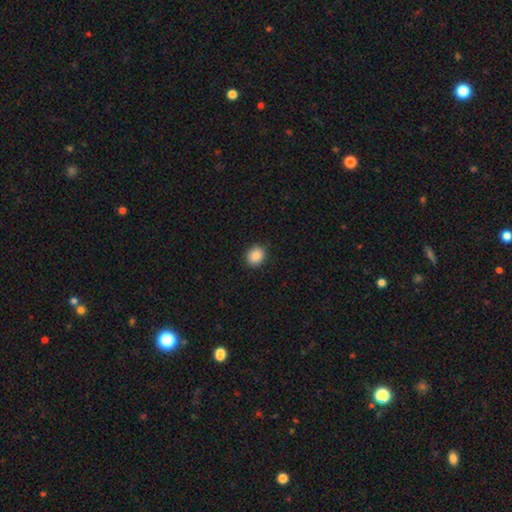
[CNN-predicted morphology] A smooth galaxy with no disk features (89%) that is round (65%).

Vote fractions:
- Smooth or featured? smooth: 89% / star or artifact: 8% / featured or disk: 3%
- How rounded? round: 65% / in between: 35% / cigar-shaped: 1%
- Merging? none: 89% / minor disturbance: 8% / major disturbance: 2% / merger: 1%